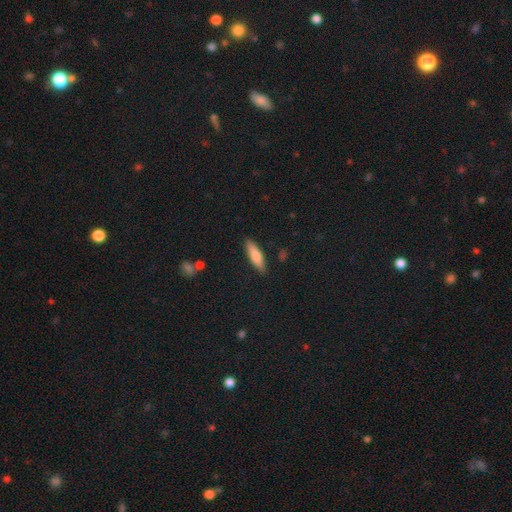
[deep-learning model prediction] Overall: smooth (75%). How rounded: cigar-shaped (64%; in between 35%). Merging: none (87%).